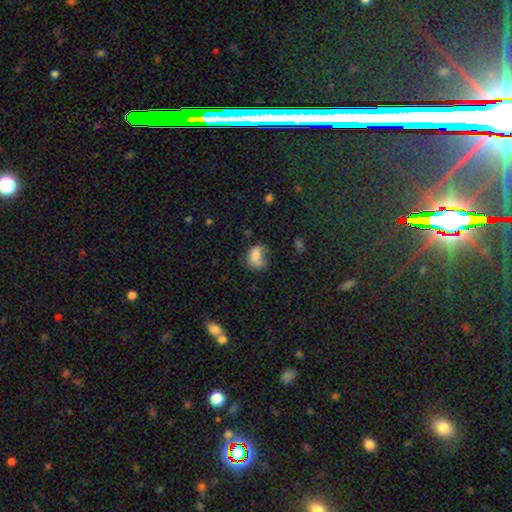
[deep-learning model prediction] smooth_or_featured: smooth (p=0.70) [alt: featured or disk p=0.20]
how_rounded: in between (p=0.70) [alt: round p=0.29]
merging: major disturbance (p=0.37) [alt: minor disturbance p=0.29]